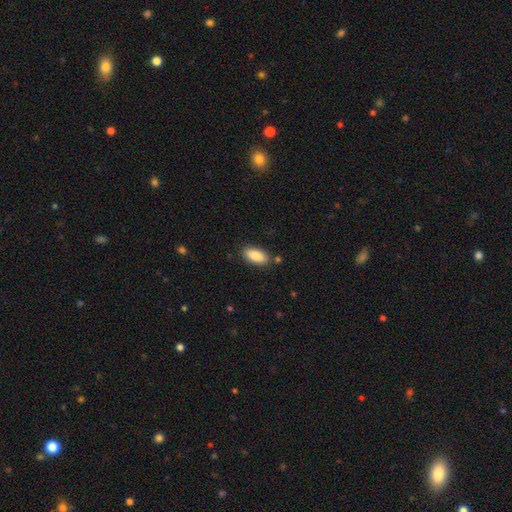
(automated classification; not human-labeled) This appears to be a smooth galaxy with no disk features (87%) that is in between round and cigar-shaped (89%). Merging: none (84%).